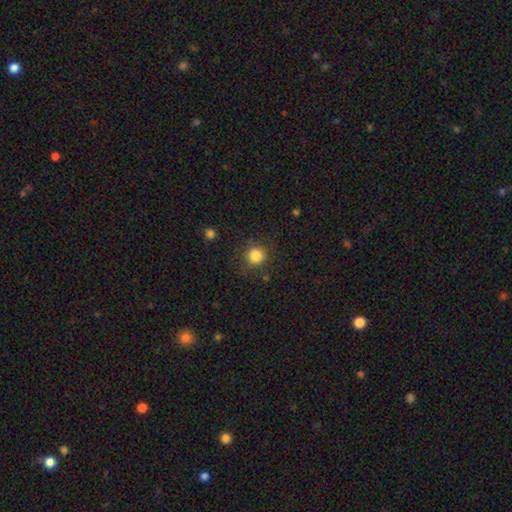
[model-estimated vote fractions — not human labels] A smooth galaxy with no disk features (84%) that is round (90%). Merging: none (84%).